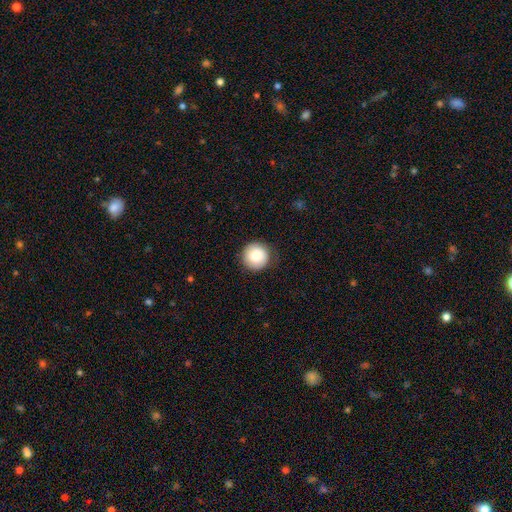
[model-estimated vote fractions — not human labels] Q: Smooth or featured?
A: smooth (79%); runner-up: featured or disk (13%)
Q: How rounded?
A: round (96%); runner-up: in between (3%)
Q: Merging?
A: none (87%); runner-up: minor disturbance (9%)